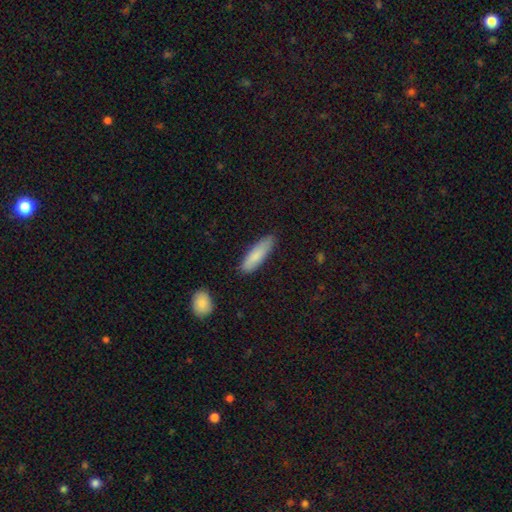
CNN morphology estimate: A smooth galaxy with no disk features (83%) that is cigar-shaped (60%). Merging: none (80%).